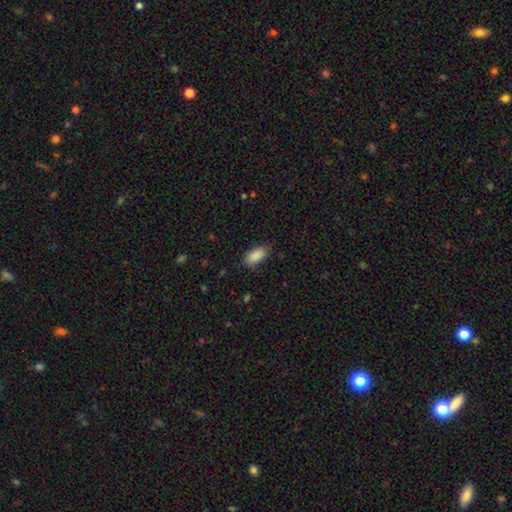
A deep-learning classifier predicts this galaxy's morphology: A smooth galaxy with no disk features (89%) that is in between round and cigar-shaped (92%).

Vote fractions:
- Smooth or featured? smooth: 89% / star or artifact: 7% / featured or disk: 4%
- How rounded? in between: 92% / cigar-shaped: 5% / round: 3%
- Merging? none: 81% / minor disturbance: 15% / major disturbance: 3% / merger: 1%